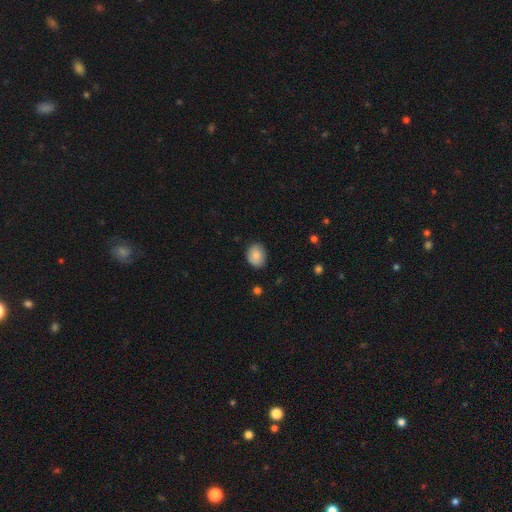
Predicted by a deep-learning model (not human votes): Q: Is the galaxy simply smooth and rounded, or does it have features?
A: smooth — 83%.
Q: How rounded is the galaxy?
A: in between — 50%.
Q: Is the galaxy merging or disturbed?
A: none — 81%.